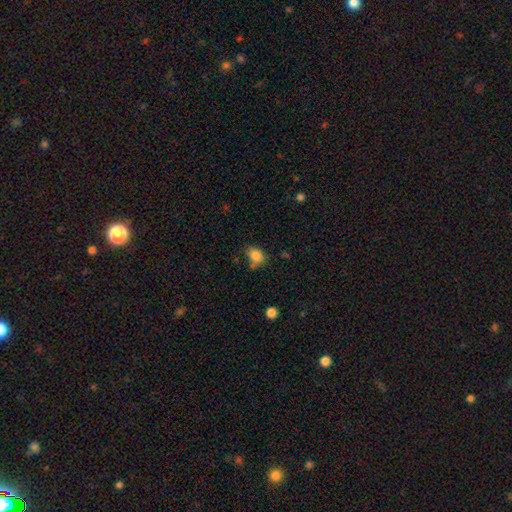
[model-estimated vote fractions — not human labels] Q: Smooth or featured?
A: smooth (84%); runner-up: star or artifact (10%)
Q: How rounded?
A: in between (62%); runner-up: round (37%)
Q: Merging?
A: none (58%); runner-up: minor disturbance (25%)